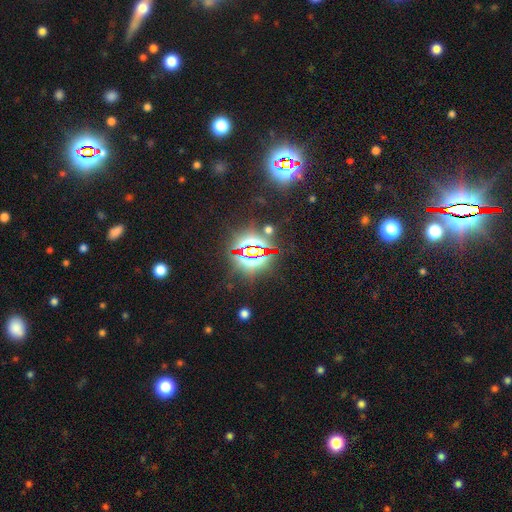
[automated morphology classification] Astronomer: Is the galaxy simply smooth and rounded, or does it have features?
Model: star or artifact — 82%.